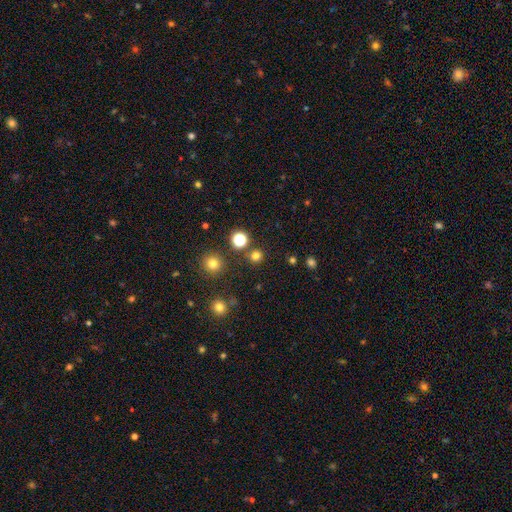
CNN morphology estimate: A smooth galaxy with no disk features (75%) that is round (91%). Merging: none (85%).